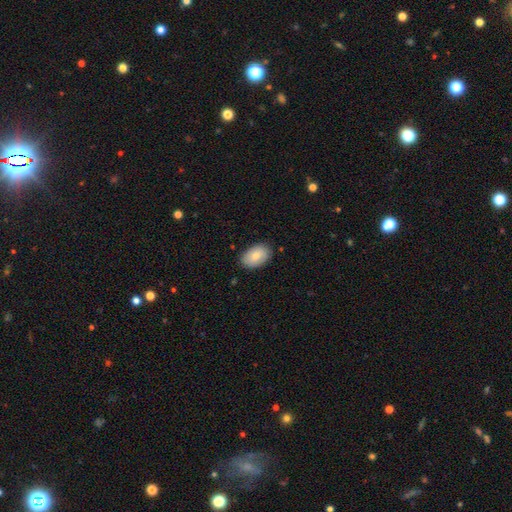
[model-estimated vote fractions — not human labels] Smooth or featured: smooth — 78% (featured or disk — 15%)
How rounded: in between — 90% (round — 9%)
Merging: none — 85% (minor disturbance — 12%)